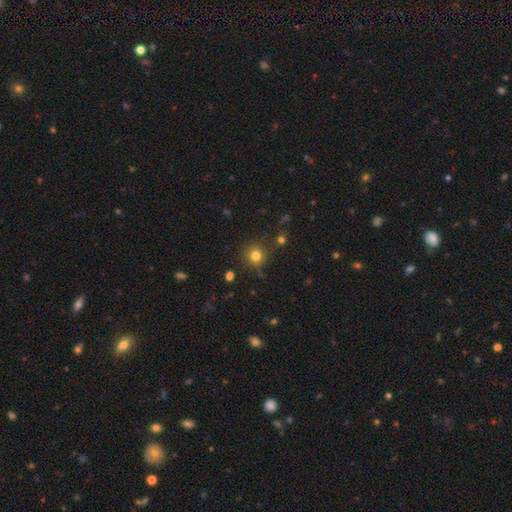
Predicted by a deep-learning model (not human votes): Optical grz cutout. It shows a smooth galaxy with no disk features (79%) that is round (93%). Merging: none (84%).